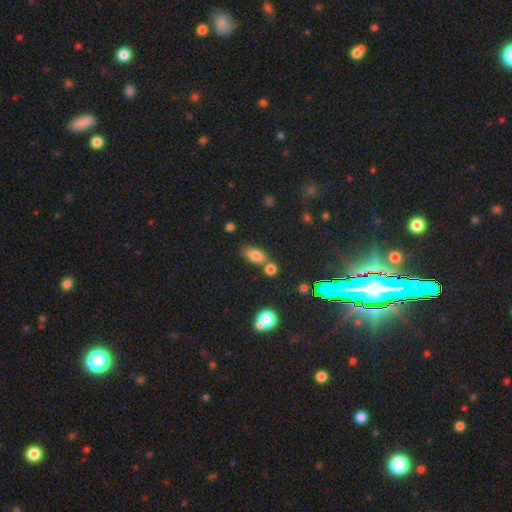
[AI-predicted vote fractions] Q: Smooth or featured?
A: smooth (79%); runner-up: star or artifact (13%)
Q: How rounded?
A: in between (85%); runner-up: round (9%)
Q: Merging?
A: none (61%); runner-up: merger (22%)